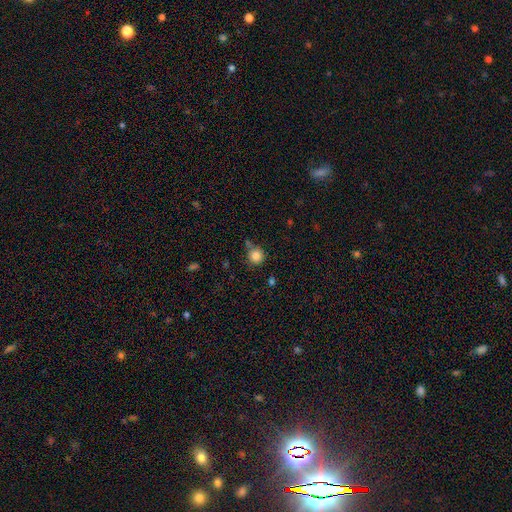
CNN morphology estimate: Smooth or featured: smooth — 85% (star or artifact — 10%)
How rounded: round — 93% (in between — 6%)
Merging: none — 71% (minor disturbance — 14%)